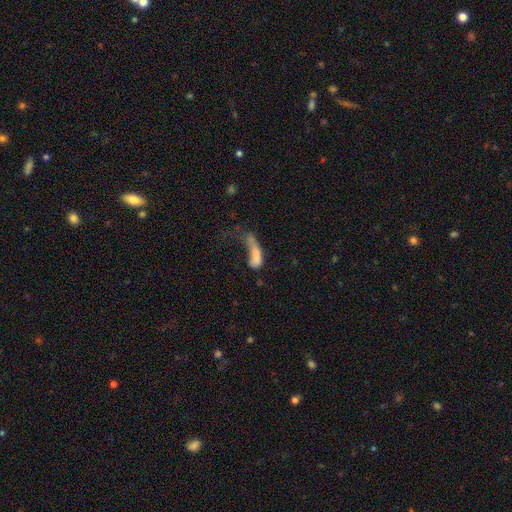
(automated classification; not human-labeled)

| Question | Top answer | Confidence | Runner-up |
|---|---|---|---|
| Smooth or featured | smooth | 70% | featured or disk (19%) |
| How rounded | in between | 55% | cigar-shaped (41%) |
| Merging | major disturbance | 52% | minor disturbance (18%) |